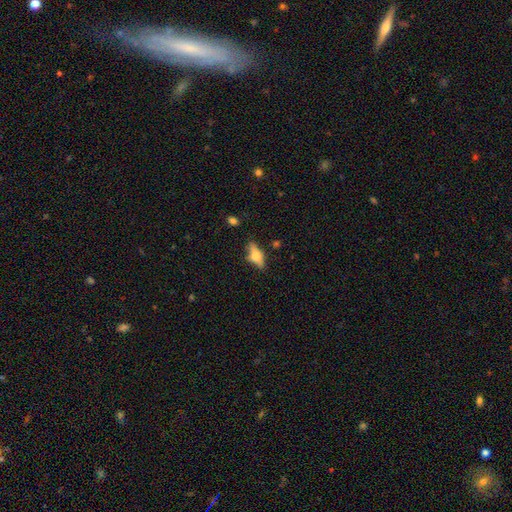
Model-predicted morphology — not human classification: This appears to be a featured or disk galaxy (48%). Merging: none (72%).